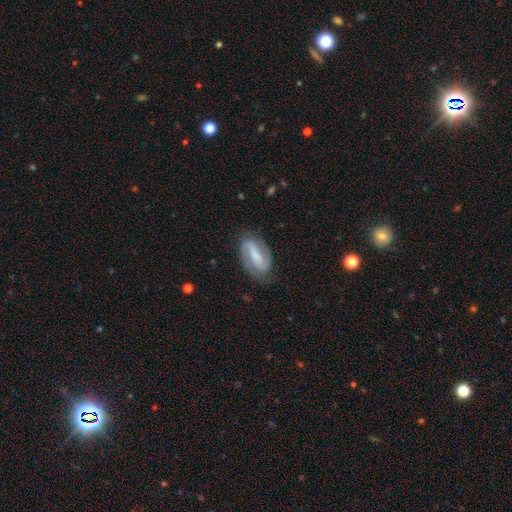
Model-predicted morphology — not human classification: Q: Smooth or featured?
A: featured or disk (74%); runner-up: smooth (20%)
Q: Edge-on disk?
A: no (95%); runner-up: yes (5%)
Q: Bar?
A: strong (58%); runner-up: weak (31%)
Q: Spiral arms?
A: yes (90%); runner-up: no (10%)
Q: Spiral winding?
A: medium (45%); runner-up: tight (35%)
Q: Spiral arm count?
A: 2 (87%); runner-up: can't tell (6%)
Q: Bulge size?
A: small (39%); runner-up: moderate (28%)
Q: Merging?
A: none (78%); runner-up: minor disturbance (15%)